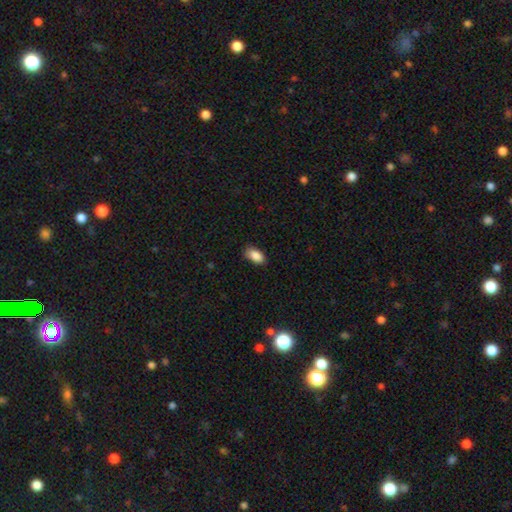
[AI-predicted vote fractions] Morphology: type=smooth (88%); roundness=in between (92%); merging=none (81%).